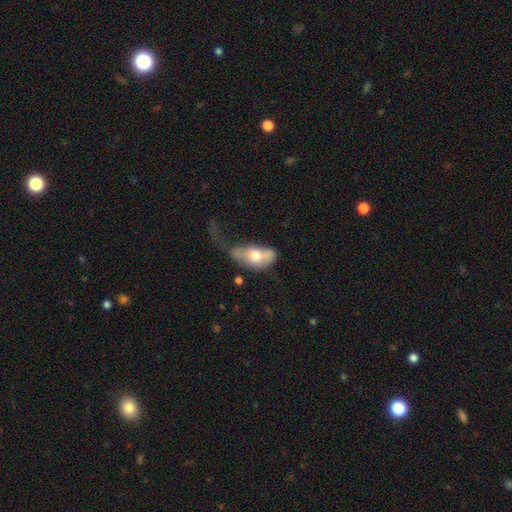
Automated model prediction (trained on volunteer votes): smooth_or_featured: smooth (p=0.61) [alt: featured or disk p=0.32]
how_rounded: in between (p=0.87) [alt: round p=0.07]
merging: major disturbance (p=0.44) [alt: minor disturbance p=0.22]